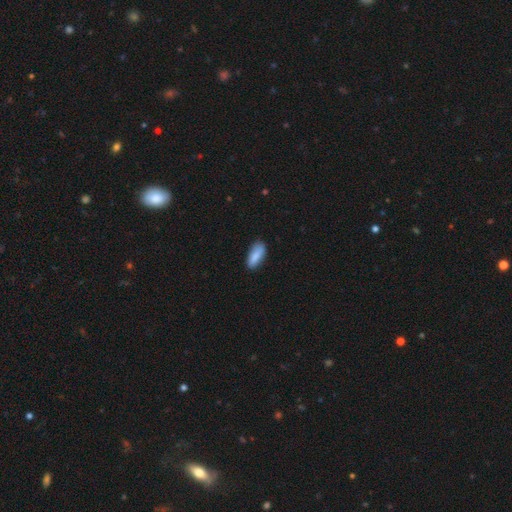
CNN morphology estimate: Smooth or featured?
  - smooth: 86% *
  - featured or disk: 8%
  - star or artifact: 7%
How rounded?
  - in between: 75% *
  - cigar-shaped: 23%
  - round: 2%
Merging?
  - none: 79% *
  - minor disturbance: 17%
  - major disturbance: 3%
  - merger: 1%